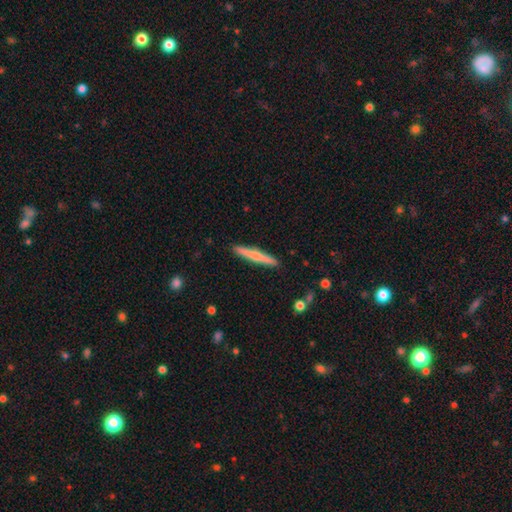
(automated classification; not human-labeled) smooth_or_featured: smooth (p=0.60) [alt: featured or disk p=0.34]
how_rounded: cigar-shaped (p=0.96) [alt: in between p=0.03]
merging: none (p=0.91) [alt: minor disturbance p=0.06]